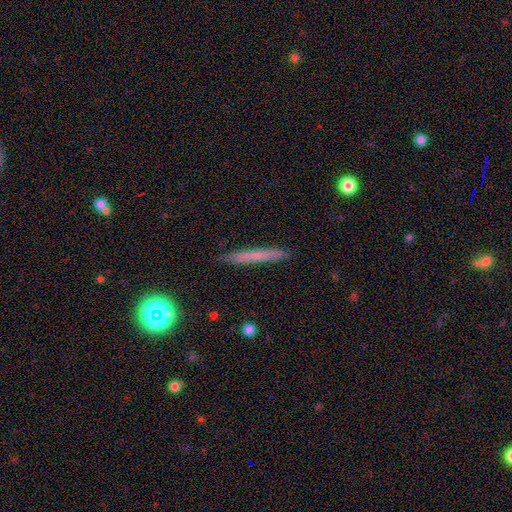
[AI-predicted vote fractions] Morphology: type=smooth (61%); roundness=cigar-shaped (96%); merging=none (90%).